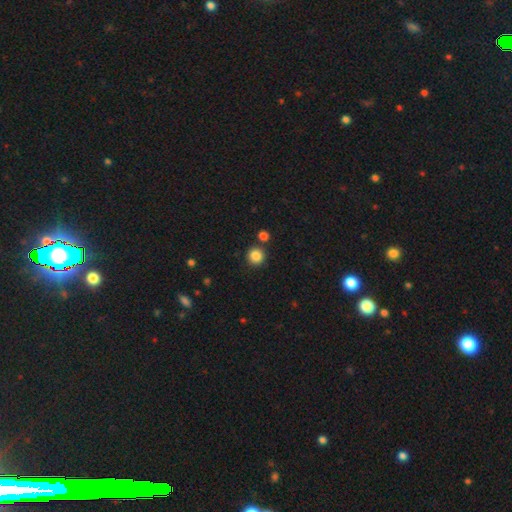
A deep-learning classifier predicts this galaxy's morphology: smooth_or_featured: smooth (p=0.86) [alt: star or artifact p=0.10]
how_rounded: round (p=0.92) [alt: in between p=0.07]
merging: none (p=0.83) [alt: merger p=0.08]